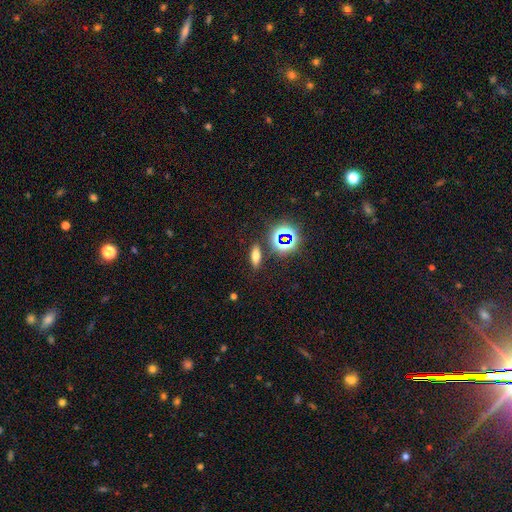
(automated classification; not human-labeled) The model was most divided on "how rounded": in between: 57%, cigar-shaped: 34%, round: 9%. More confident: merging — none (86%); smooth or featured — smooth (54%).